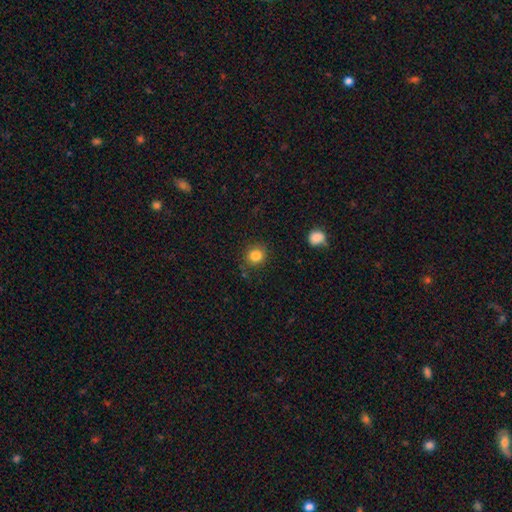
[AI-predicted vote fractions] Smooth or featured: smooth — 84% (star or artifact — 11%)
How rounded: round — 87% (in between — 12%)
Merging: none — 85% (minor disturbance — 9%)